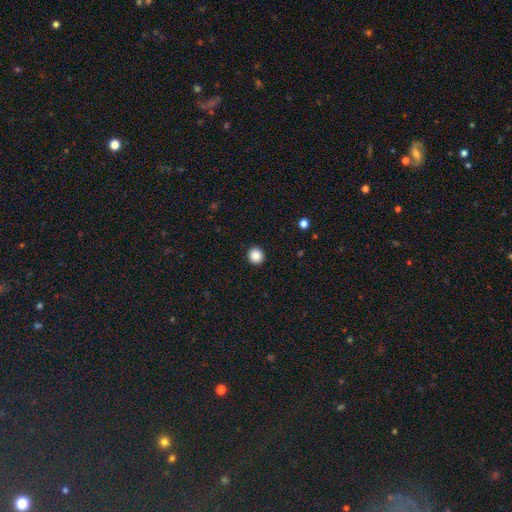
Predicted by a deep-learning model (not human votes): Smooth or featured? smooth (86%)
How rounded? round (93%)
Merging? none (93%)